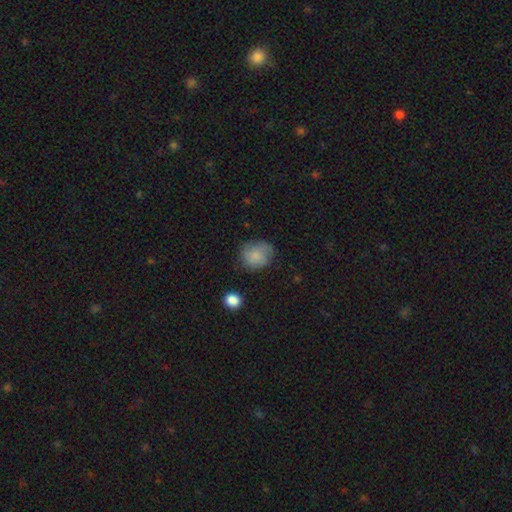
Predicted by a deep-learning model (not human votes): Smooth or featured: smooth — 78% (featured or disk — 13%)
How rounded: round — 63% (in between — 36%)
Merging: none — 63% (minor disturbance — 26%)